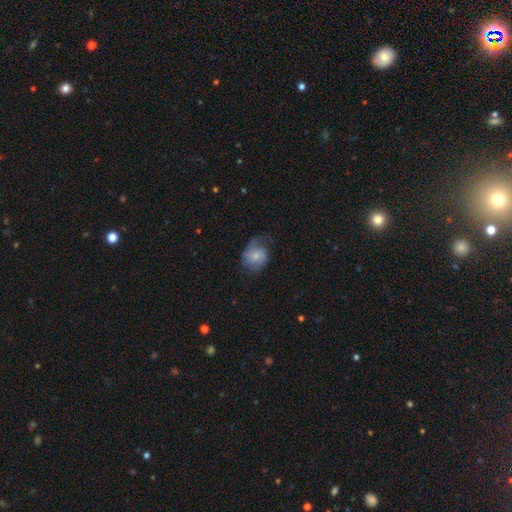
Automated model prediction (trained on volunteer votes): smooth 49%, featured or disk 44%, star or artifact 7%. Down the decision tree: merging — none (47%).